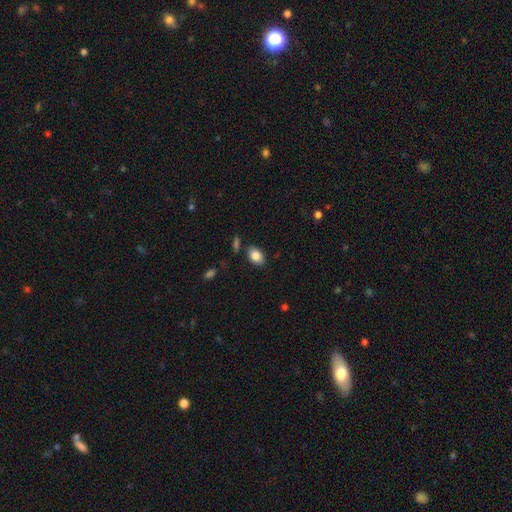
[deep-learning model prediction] A smooth galaxy with no disk features (85%) that is in between round and cigar-shaped (85%). Merging: none (82%).